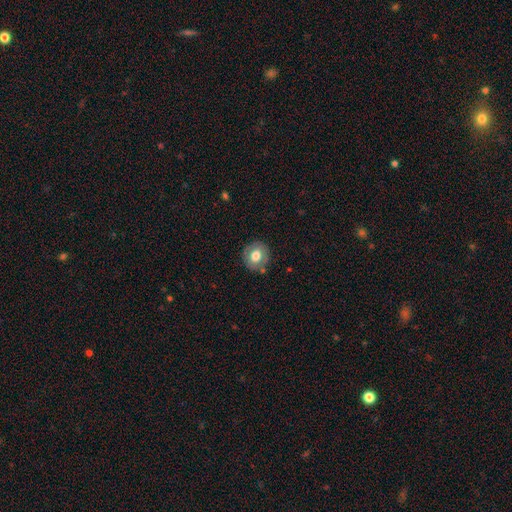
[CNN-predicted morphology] A smooth galaxy with no disk features (68%) that is round (84%).

Vote fractions:
- Smooth or featured? smooth: 68% / featured or disk: 24% / star or artifact: 8%
- How rounded? round: 84% / in between: 15% / cigar-shaped: 1%
- Merging? none: 83% / minor disturbance: 12% / major disturbance: 3% / merger: 2%